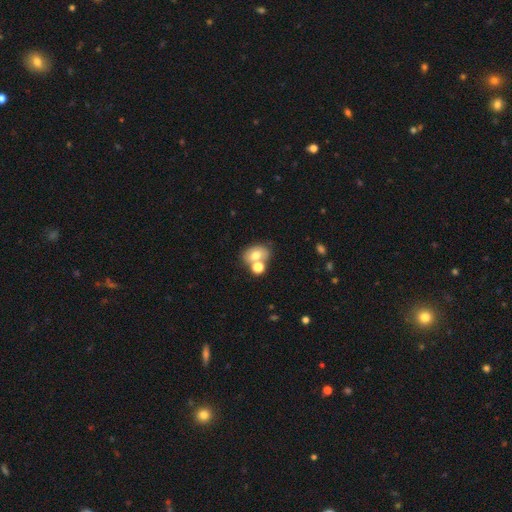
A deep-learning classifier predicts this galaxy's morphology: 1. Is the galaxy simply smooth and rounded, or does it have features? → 68% smooth, 20% featured or disk, 12% star or artifact.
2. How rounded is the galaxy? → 63% in between, 36% round, 1% cigar-shaped.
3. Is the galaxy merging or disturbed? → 47% none, 36% merger, 12% minor disturbance, 5% major disturbance.